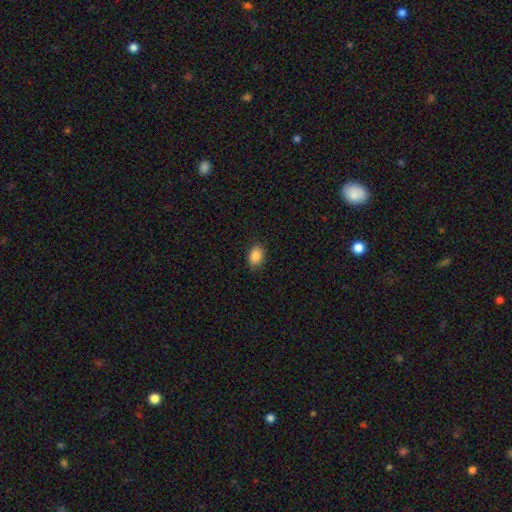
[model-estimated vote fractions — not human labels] A smooth galaxy with no disk features (86%) that is in between round and cigar-shaped (74%).

Vote fractions:
- Smooth or featured? smooth: 86% / star or artifact: 9% / featured or disk: 5%
- How rounded? in between: 74% / round: 25% / cigar-shaped: 1%
- Merging? none: 86% / minor disturbance: 11% / major disturbance: 2% / merger: 1%